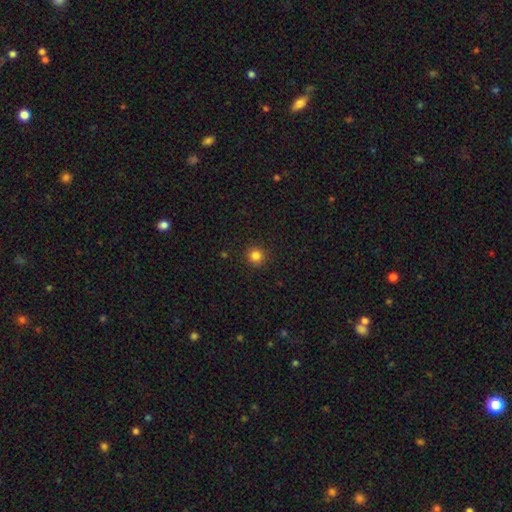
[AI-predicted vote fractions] Smooth or featured? smooth (84%)
How rounded? round (93%)
Merging? none (91%)